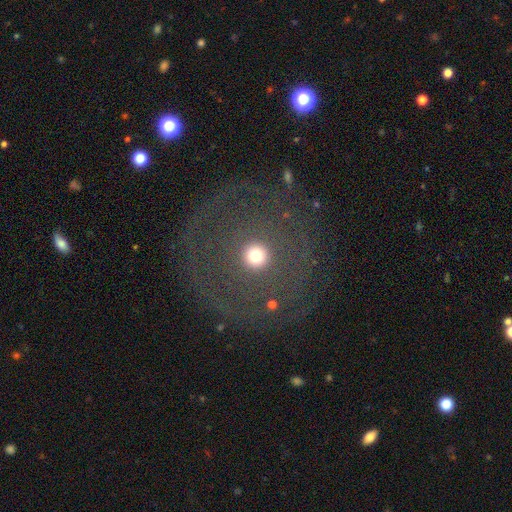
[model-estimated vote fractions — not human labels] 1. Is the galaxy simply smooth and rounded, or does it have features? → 50% smooth, 30% featured or disk, 20% star or artifact.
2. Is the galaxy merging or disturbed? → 79% none, 10% major disturbance, 8% minor disturbance, 2% merger.